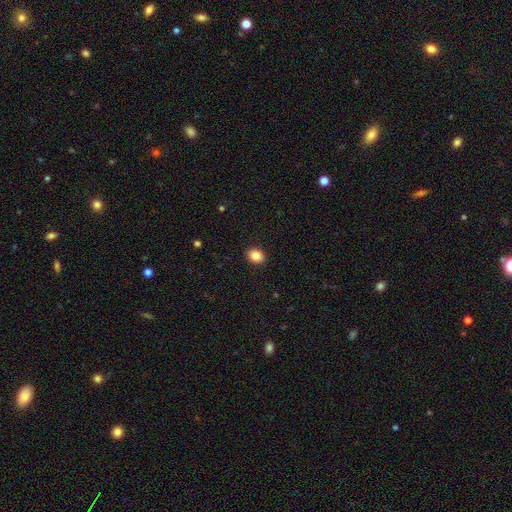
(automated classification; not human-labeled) This appears to be a smooth galaxy with no disk features (86%) that is in between round and cigar-shaped (53%). Merging: none (91%).